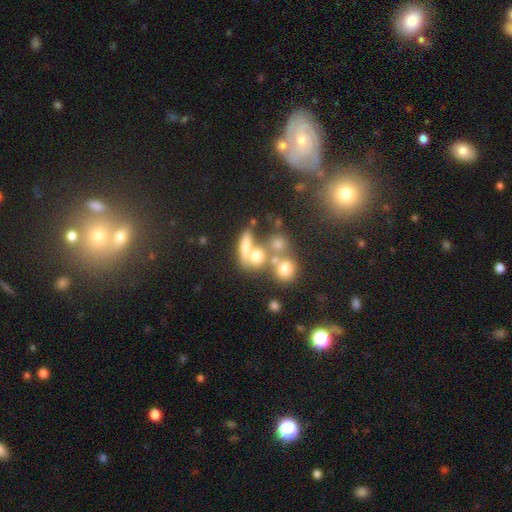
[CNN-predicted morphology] Smooth or featured?
  - smooth: 58% *
  - featured or disk: 24%
  - star or artifact: 18%
How rounded?
  - in between: 43% *
  - round: 42%
  - cigar-shaped: 15%
Merging?
  - merger: 43% *
  - none: 37%
  - minor disturbance: 11%
  - major disturbance: 9%